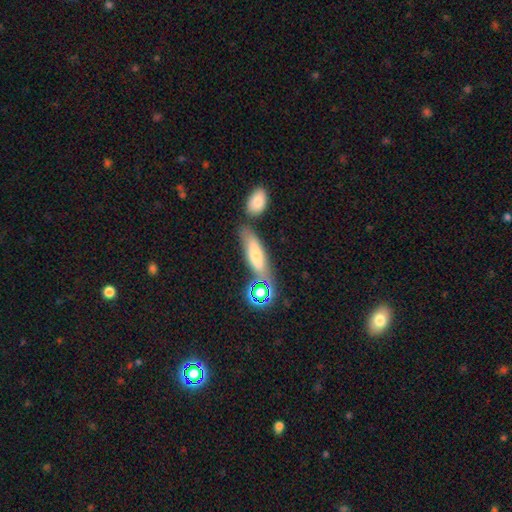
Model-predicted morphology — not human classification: smooth_or_featured: smooth (p=0.59) [alt: featured or disk p=0.27]
how_rounded: cigar-shaped (p=0.56) [alt: in between p=0.39]
merging: none (p=0.64) [alt: minor disturbance p=0.16]